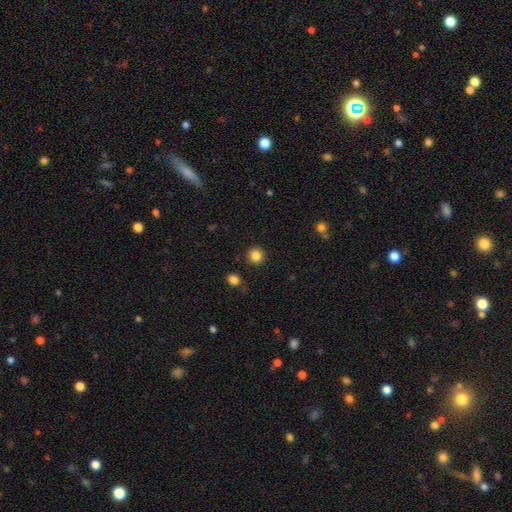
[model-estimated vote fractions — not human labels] A smooth galaxy with no disk features (85%) that is round (93%). Merging: none (90%).